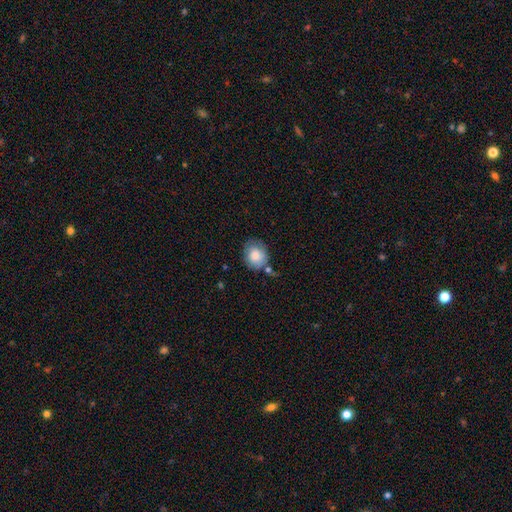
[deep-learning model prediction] The model was most divided on "merging": none: 63%, minor disturbance: 23%, merger: 8%, major disturbance: 6%. More confident: smooth or featured — smooth (80%); how rounded — round (70%).